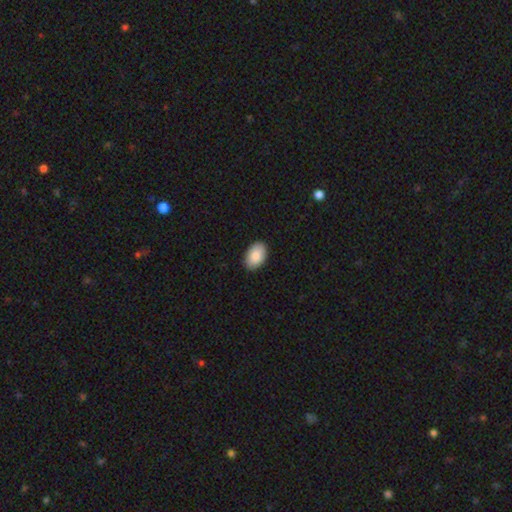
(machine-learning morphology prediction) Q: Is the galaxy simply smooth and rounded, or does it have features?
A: smooth — 89%.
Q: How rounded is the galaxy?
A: in between — 91%.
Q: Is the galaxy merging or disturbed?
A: none — 88%.